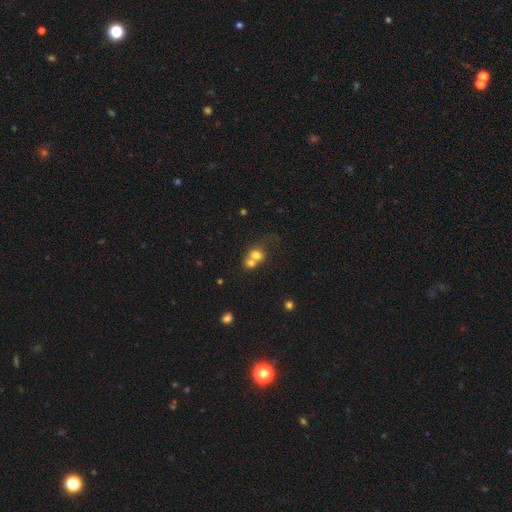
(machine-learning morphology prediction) A smooth galaxy with no disk features (70%) that is round (67%).

Vote fractions:
- Smooth or featured? smooth: 70% / featured or disk: 18% / star or artifact: 11%
- How rounded? round: 67% / in between: 32% / cigar-shaped: 1%
- Merging? merger: 66% / none: 22% / minor disturbance: 6% / major disturbance: 6%